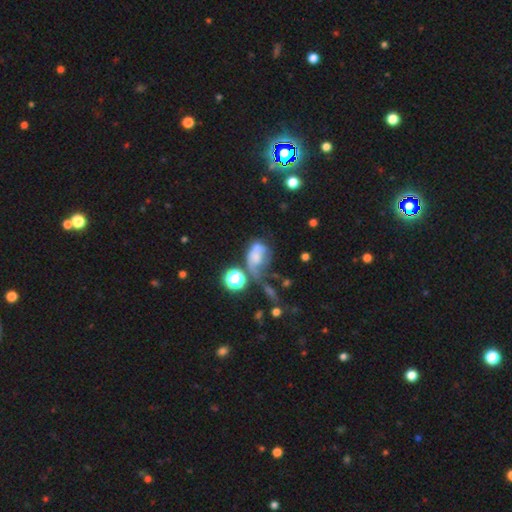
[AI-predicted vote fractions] Morphology: type=smooth (48%); merging=major disturbance (38%).